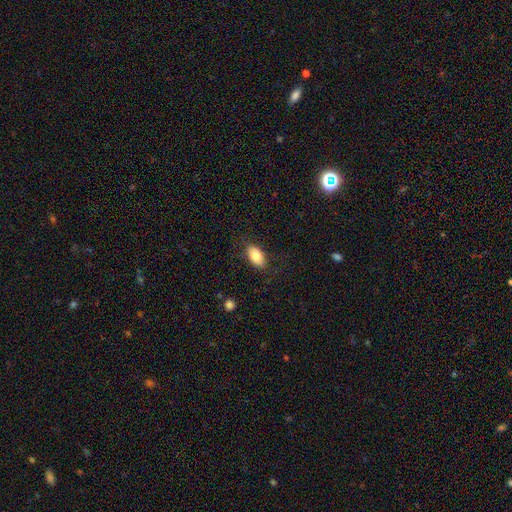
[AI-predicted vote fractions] A smooth galaxy with no disk features (81%) that is in between round and cigar-shaped (92%).

Vote fractions:
- Smooth or featured? smooth: 81% / featured or disk: 12% / star or artifact: 7%
- How rounded? in between: 92% / round: 5% / cigar-shaped: 2%
- Merging? none: 81% / minor disturbance: 13% / major disturbance: 5% / merger: 1%